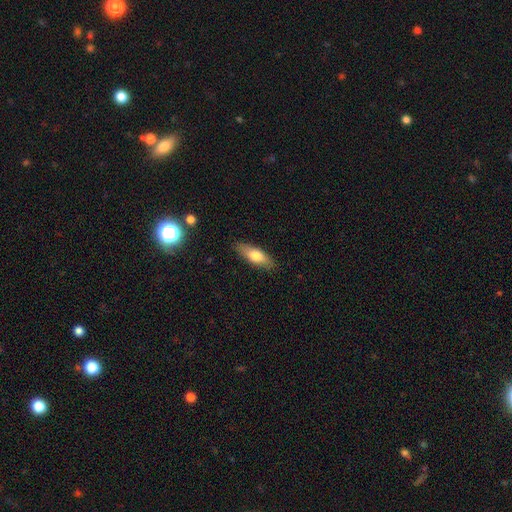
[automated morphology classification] Smooth or featured?
  - smooth: 70% *
  - featured or disk: 24%
  - star or artifact: 6%
How rounded?
  - in between: 60% *
  - cigar-shaped: 37%
  - round: 2%
Merging?
  - none: 86% *
  - minor disturbance: 11%
  - major disturbance: 2%
  - merger: 1%